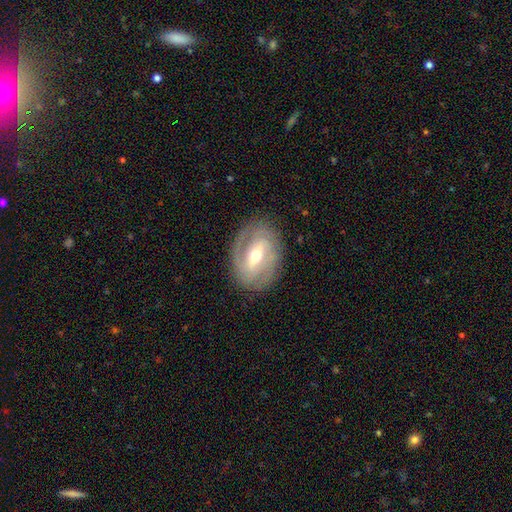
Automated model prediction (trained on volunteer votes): The model was most divided on "bar": strong: 46%, weak: 39%, no: 15%. More confident: edge-on disk — no (94%); spiral arms — yes (86%); merging — none (82%); smooth or featured — featured or disk (81%); spiral arm count — 2 (65%); bulge size — moderate (65%); spiral winding — tight (54%).